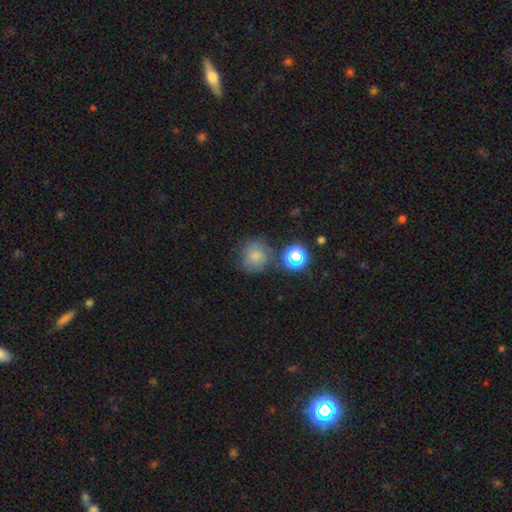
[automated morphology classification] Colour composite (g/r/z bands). It shows a smooth galaxy with no disk features (54%) that is round (88%). Merging: none (64%).